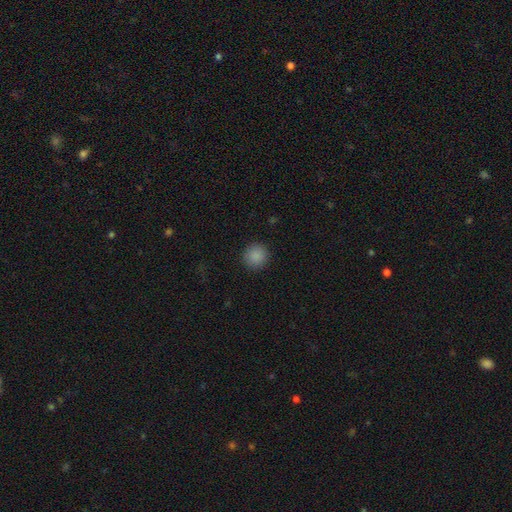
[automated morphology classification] Smooth or featured? Predicted: smooth (p=0.88). How rounded? Predicted: round (p=0.94). Merging? Predicted: none (p=0.91).